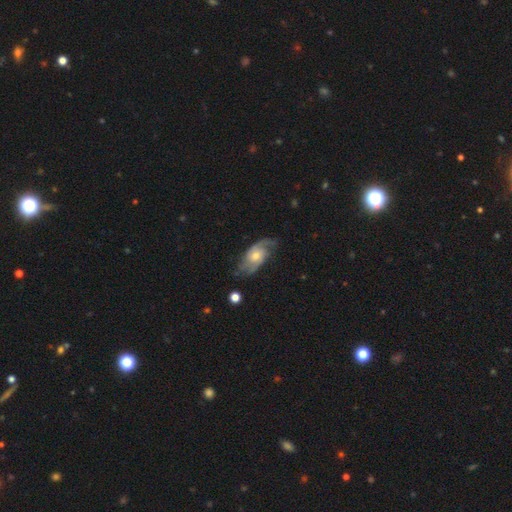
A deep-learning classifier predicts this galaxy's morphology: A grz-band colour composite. It shows a featured or disk galaxy (75%) with no bar (71%), 2 (71%) medium (45%) spiral arms (92%) and a moderate central bulge (59%). Merging: none (66%).